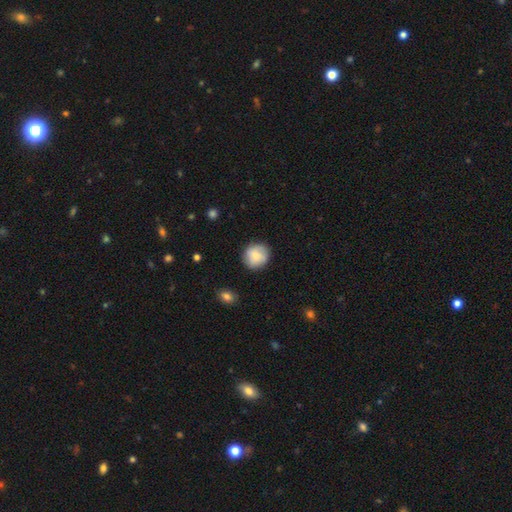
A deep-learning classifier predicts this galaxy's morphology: Smooth or featured? Predicted: smooth (p=0.79). How rounded? Predicted: round (p=0.90). Merging? Predicted: none (p=0.85).